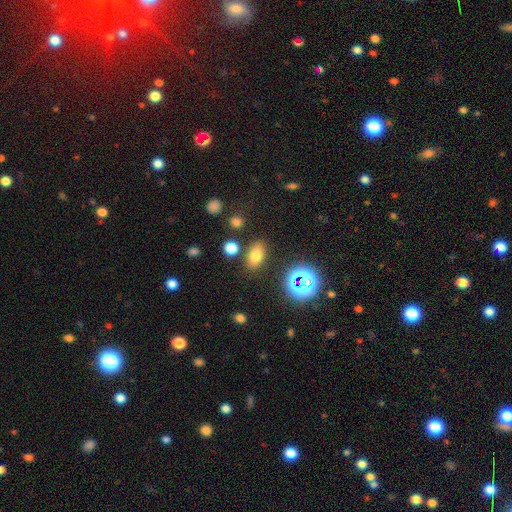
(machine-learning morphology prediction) A smooth galaxy with no disk features (71%) that is in between round and cigar-shaped (84%).

Vote fractions:
- Smooth or featured? smooth: 71% / star or artifact: 17% / featured or disk: 11%
- How rounded? in between: 84% / round: 12% / cigar-shaped: 3%
- Merging? none: 82% / minor disturbance: 10% / merger: 5% / major disturbance: 3%